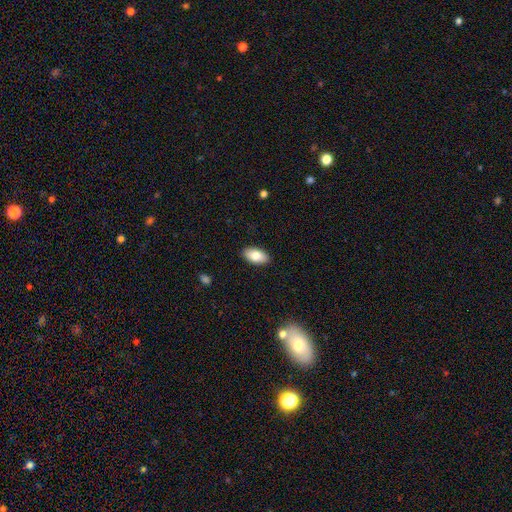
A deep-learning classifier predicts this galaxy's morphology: A smooth galaxy with no disk features (82%) that is in between round and cigar-shaped (94%).

Vote fractions:
- Smooth or featured? smooth: 82% / featured or disk: 11% / star or artifact: 7%
- How rounded? in between: 94% / round: 3% / cigar-shaped: 3%
- Merging? none: 90% / minor disturbance: 8% / major disturbance: 2% / merger: 1%